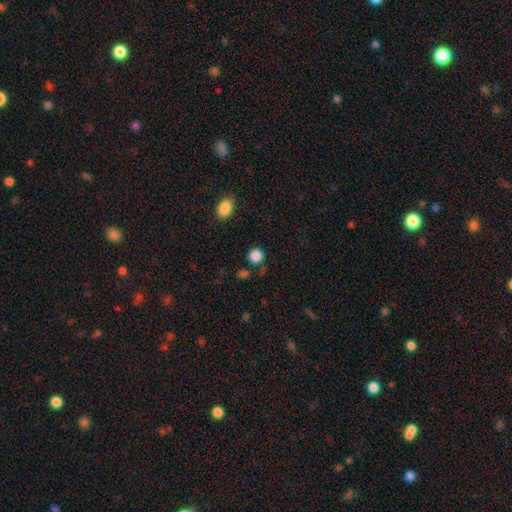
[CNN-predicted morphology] Overall: smooth (87%). How rounded: round (91%). Merging: none (83%).